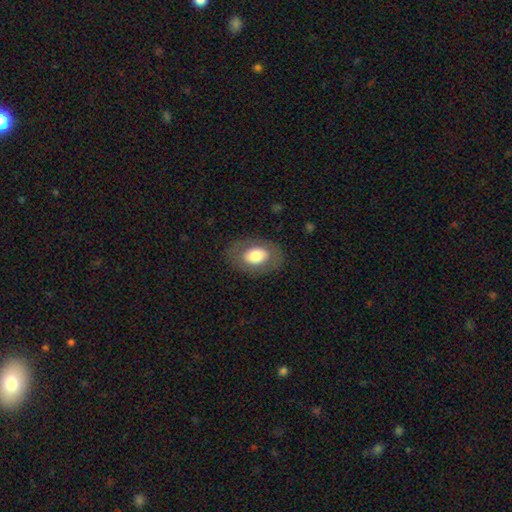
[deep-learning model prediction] A smooth galaxy with no disk features (68%) that is in between round and cigar-shaped (81%). Merging: none (81%).